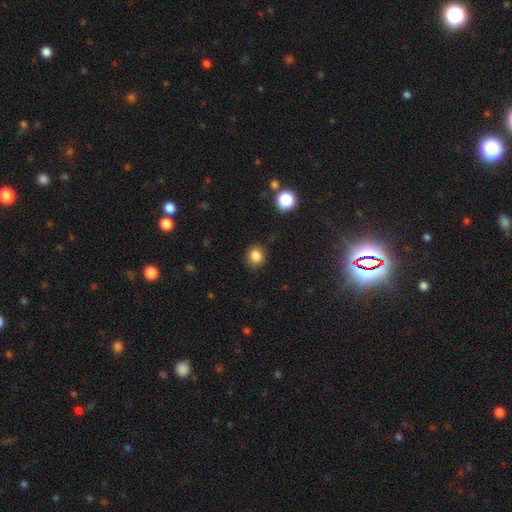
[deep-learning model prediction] smooth_or_featured: smooth (p=0.84) [alt: star or artifact p=0.12]
how_rounded: round (p=0.83) [alt: in between p=0.16]
merging: none (p=0.86) [alt: minor disturbance p=0.09]